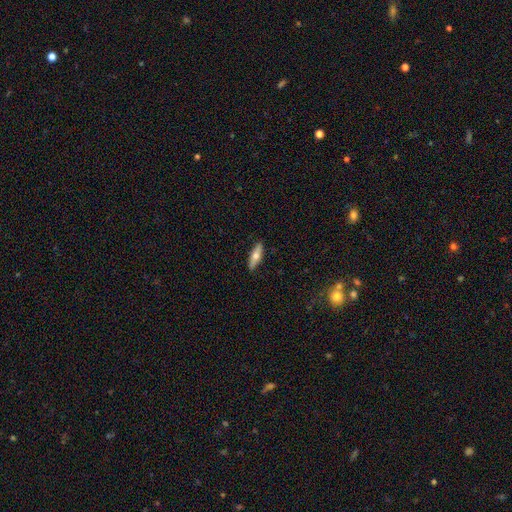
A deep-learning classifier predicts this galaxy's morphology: Overall: smooth (58%; featured or disk 36%). How rounded: cigar-shaped (59%; in between 39%). Merging: none (88%).